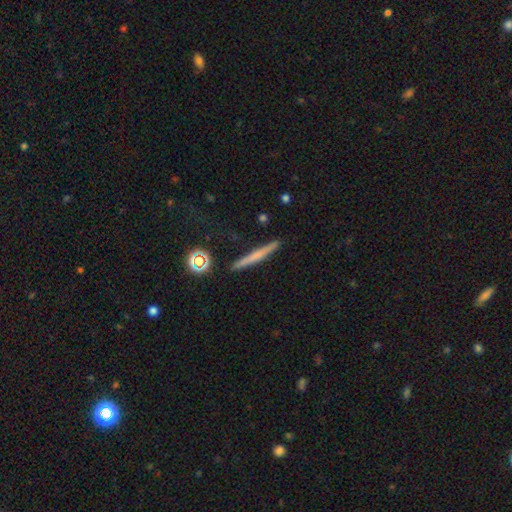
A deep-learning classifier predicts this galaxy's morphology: This appears to be a smooth galaxy with no disk features (49%). Merging: none (89%).